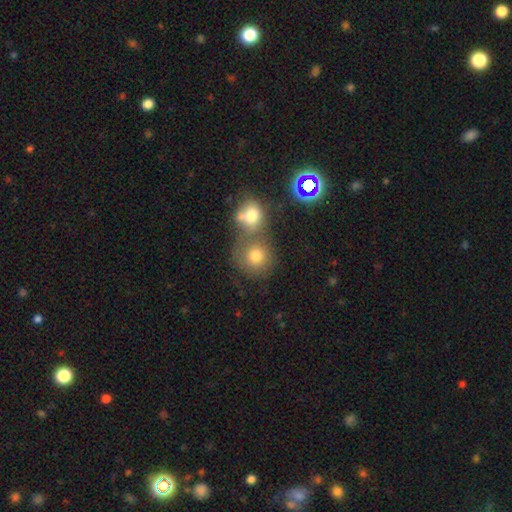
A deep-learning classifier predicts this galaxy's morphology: A smooth galaxy with no disk features (75%) that is round (85%). Merging: merger (46%).